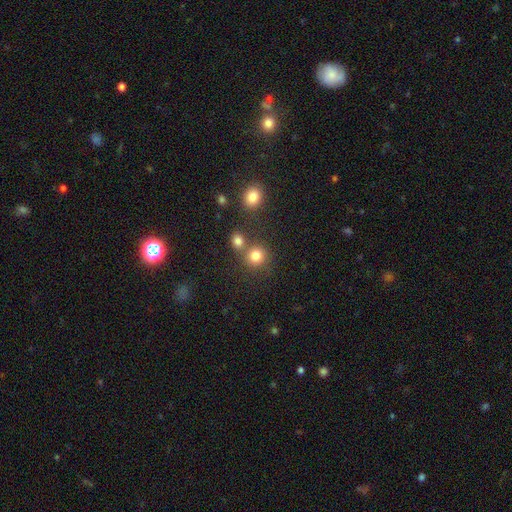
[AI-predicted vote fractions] A smooth galaxy with no disk features (80%) that is round (87%). Merging: none (67%).